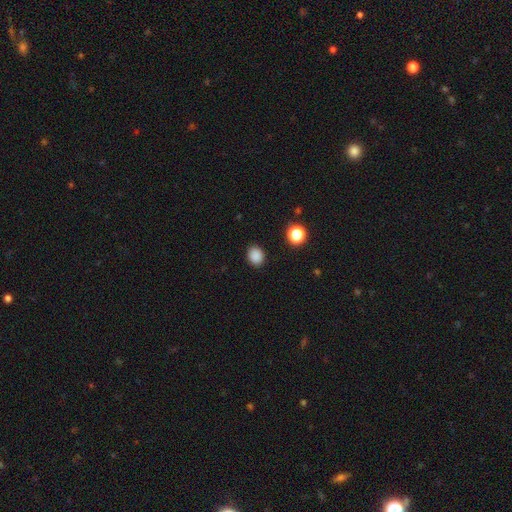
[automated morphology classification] smooth-or-featured: smooth: 86% | star or artifact: 12% | featured or disk: 3%
  how-rounded: round: 58% | in between: 41% | cigar-shaped: 1%
  merging: none: 89% | minor disturbance: 8% | major disturbance: 2% | merger: 1%